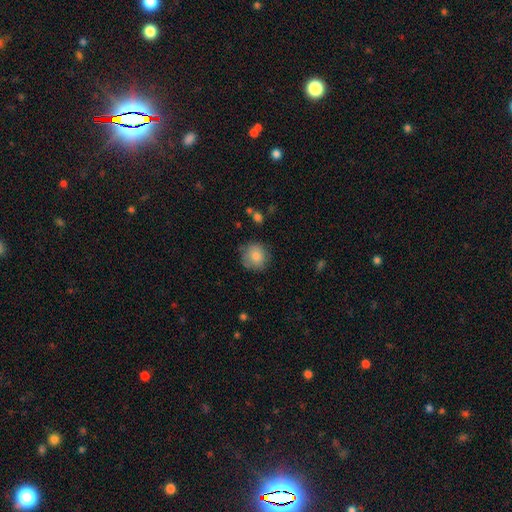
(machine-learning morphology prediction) Smooth or featured?
  - smooth: 82% *
  - featured or disk: 10%
  - star or artifact: 8%
How rounded?
  - round: 87% *
  - in between: 12%
  - cigar-shaped: 1%
Merging?
  - none: 75% *
  - minor disturbance: 18%
  - major disturbance: 5%
  - merger: 2%